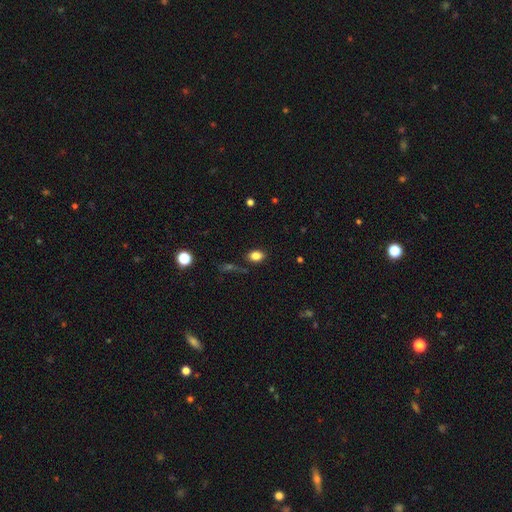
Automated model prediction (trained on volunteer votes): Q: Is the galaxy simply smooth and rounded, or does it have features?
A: smooth — 82%.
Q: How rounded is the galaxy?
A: in between — 73%.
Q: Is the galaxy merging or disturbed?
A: none — 81%.